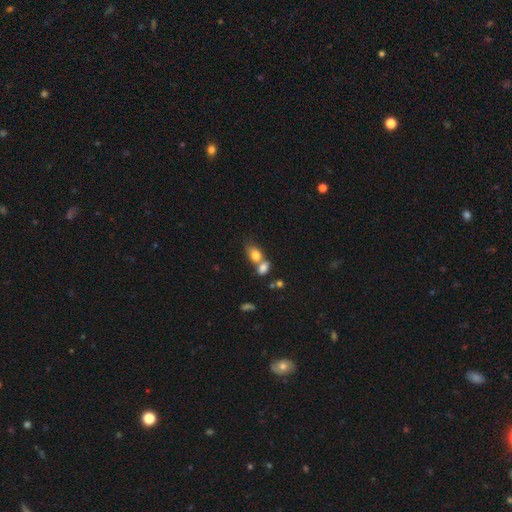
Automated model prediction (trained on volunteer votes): A smooth galaxy with no disk features (80%) that is in between round and cigar-shaped (73%).

Vote fractions:
- Smooth or featured? smooth: 80% / featured or disk: 11% / star or artifact: 9%
- How rounded? in between: 73% / round: 26% / cigar-shaped: 2%
- Merging? merger: 58% / none: 29% / minor disturbance: 9% / major disturbance: 5%